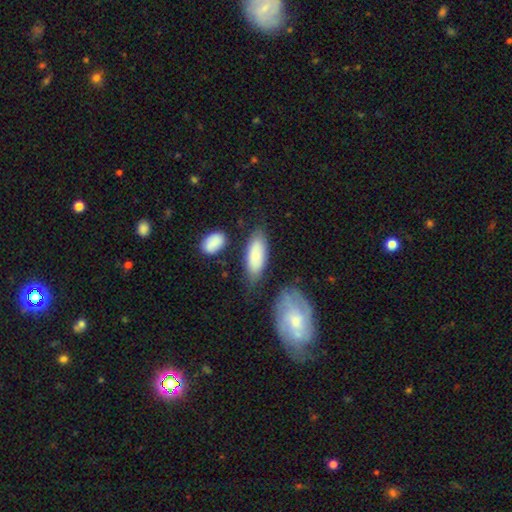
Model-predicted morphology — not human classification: A smooth galaxy with no disk features (77%) that is in between round and cigar-shaped (76%).

Vote fractions:
- Smooth or featured? smooth: 77% / featured or disk: 18% / star or artifact: 6%
- How rounded? in between: 76% / cigar-shaped: 22% / round: 2%
- Merging? none: 69% / minor disturbance: 18% / merger: 8% / major disturbance: 5%